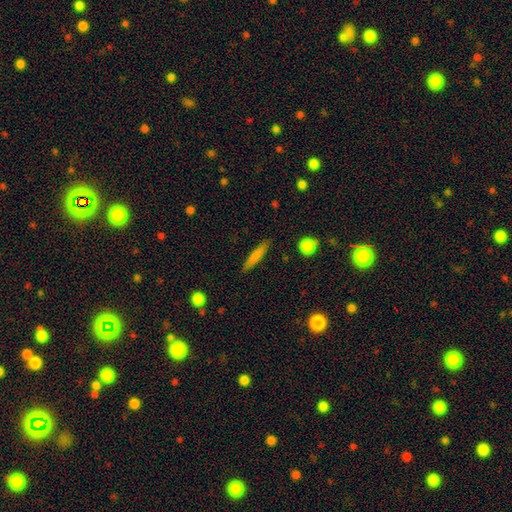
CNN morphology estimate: Smooth or featured? smooth (75%)
How rounded? cigar-shaped (90%)
Merging? none (87%)